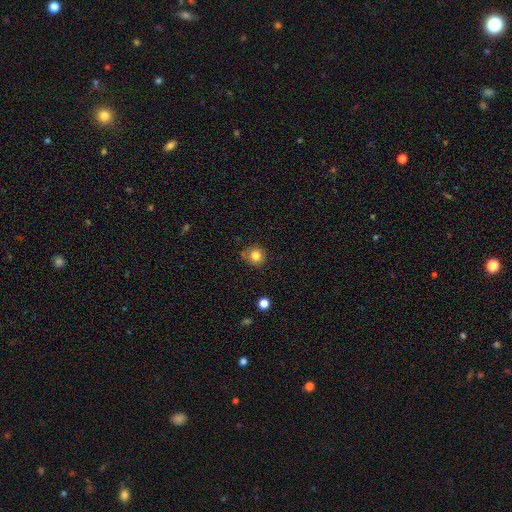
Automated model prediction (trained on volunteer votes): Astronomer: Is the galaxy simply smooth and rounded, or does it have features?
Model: smooth — 82%.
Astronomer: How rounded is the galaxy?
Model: round — 92%.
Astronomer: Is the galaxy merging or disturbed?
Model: none — 81%.